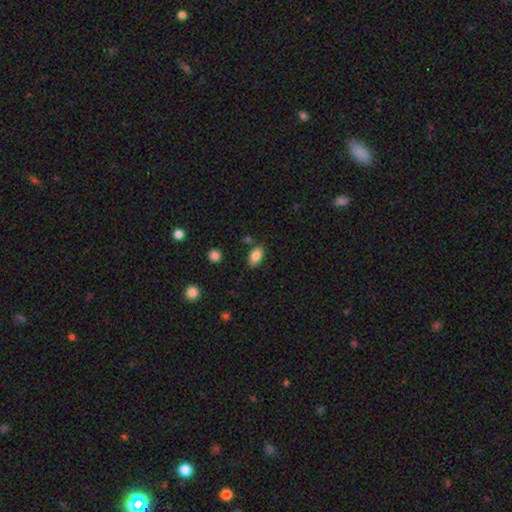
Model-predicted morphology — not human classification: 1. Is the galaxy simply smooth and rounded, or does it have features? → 84% smooth, 8% star or artifact, 7% featured or disk.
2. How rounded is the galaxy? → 91% in between, 6% round, 4% cigar-shaped.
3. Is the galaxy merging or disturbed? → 79% none, 13% minor disturbance, 5% merger, 3% major disturbance.